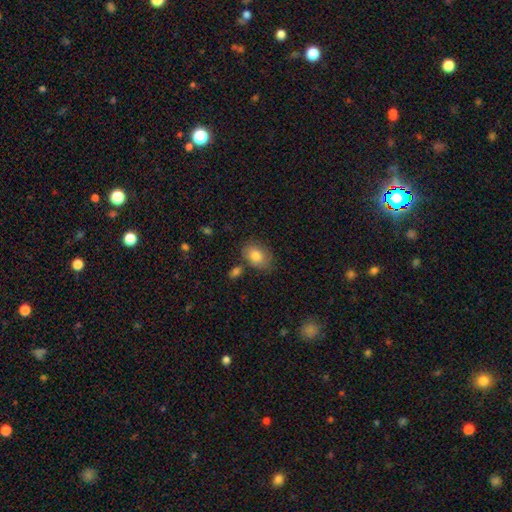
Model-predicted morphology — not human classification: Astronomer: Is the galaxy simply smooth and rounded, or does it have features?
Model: smooth — 82%.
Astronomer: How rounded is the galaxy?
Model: in between — 78%.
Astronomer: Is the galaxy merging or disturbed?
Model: none — 68%.